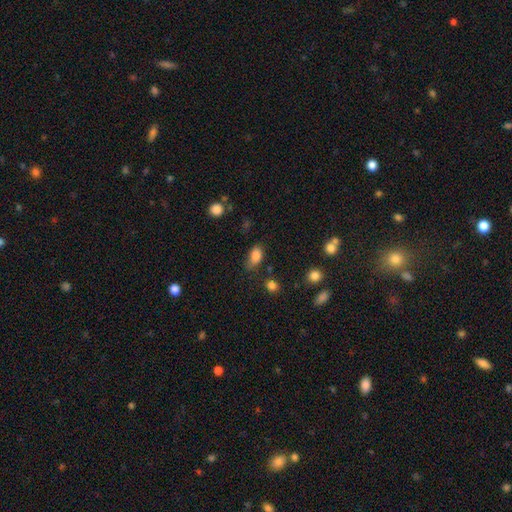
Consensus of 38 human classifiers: Smooth or featured? smooth (87%)
How rounded? in between (91%)
Merging? none (56%)